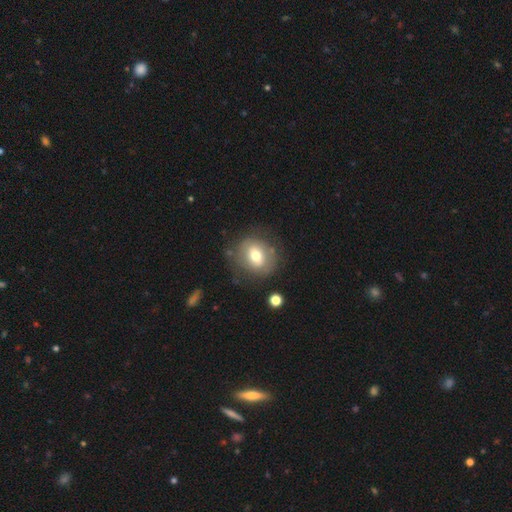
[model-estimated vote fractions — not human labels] A smooth galaxy with no disk features (60%) that is round (71%). Merging: none (75%).